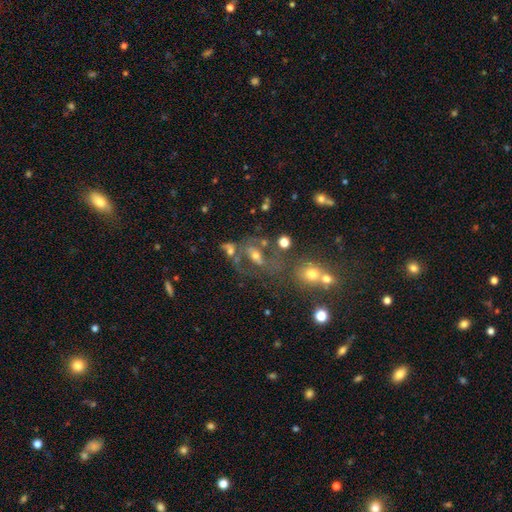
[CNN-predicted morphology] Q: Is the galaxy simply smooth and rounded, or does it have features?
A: featured or disk — 54%.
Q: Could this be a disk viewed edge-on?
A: no — 93%.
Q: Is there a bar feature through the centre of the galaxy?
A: no — 49%.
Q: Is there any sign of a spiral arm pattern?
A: yes — 52%.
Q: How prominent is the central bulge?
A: moderate — 51%.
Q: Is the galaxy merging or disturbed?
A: none — 38%.